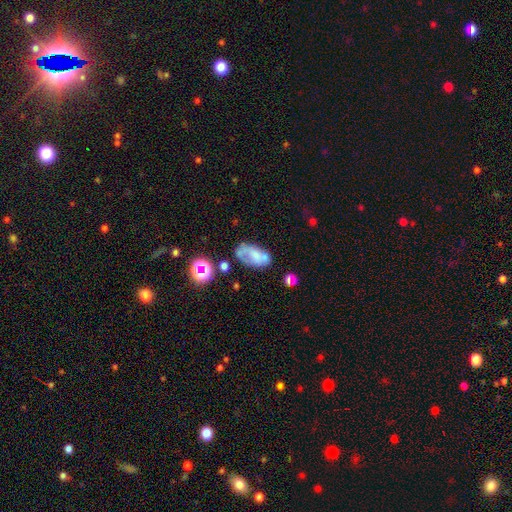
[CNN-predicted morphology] A smooth galaxy with no disk features (50%).

Vote fractions:
- Smooth or featured? smooth: 50% / featured or disk: 38% / star or artifact: 12%
- Merging? none: 44% / minor disturbance: 27% / major disturbance: 16% / merger: 13%